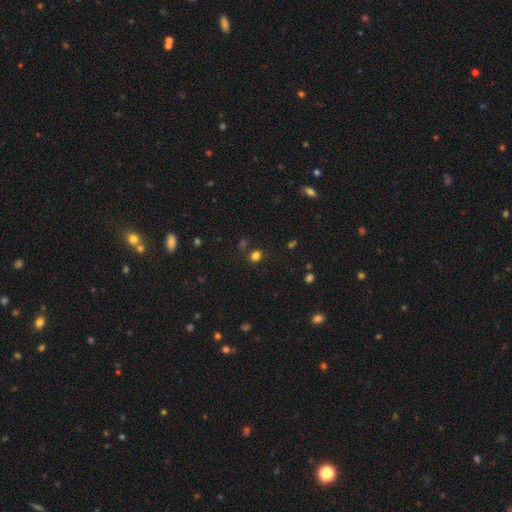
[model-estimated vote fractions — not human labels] Morphology: type=smooth (76%); roundness=round (63%); merging=none (78%).